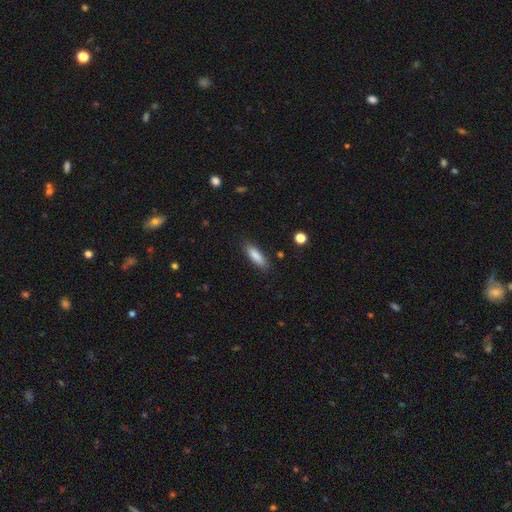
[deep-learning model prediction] A smooth galaxy with no disk features (85%) that is cigar-shaped (55%). Merging: none (87%).